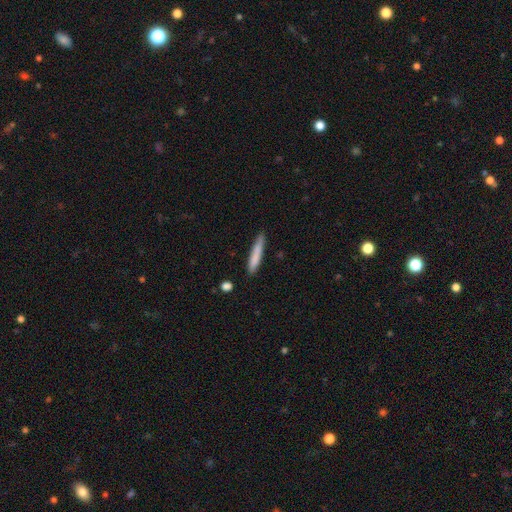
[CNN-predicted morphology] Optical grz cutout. It shows a smooth galaxy with no disk features (79%) that is cigar-shaped (92%). Merging: none (81%).